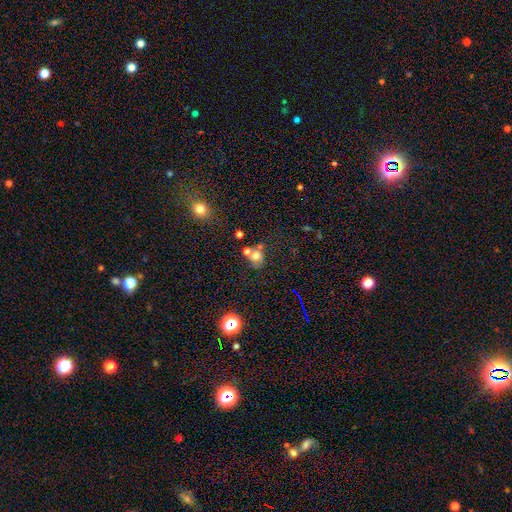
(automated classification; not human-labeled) A smooth galaxy with no disk features (66%) that is round (66%). Merging: merger (43%).